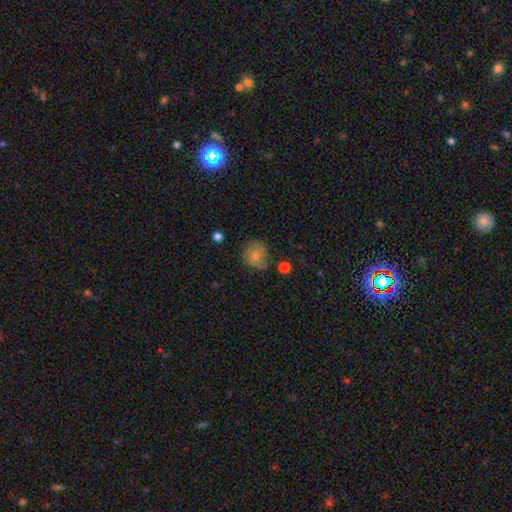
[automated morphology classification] smooth 73%, featured or disk 17%, star or artifact 10%. Down the decision tree: how rounded — round (83%); merging — none (67%).